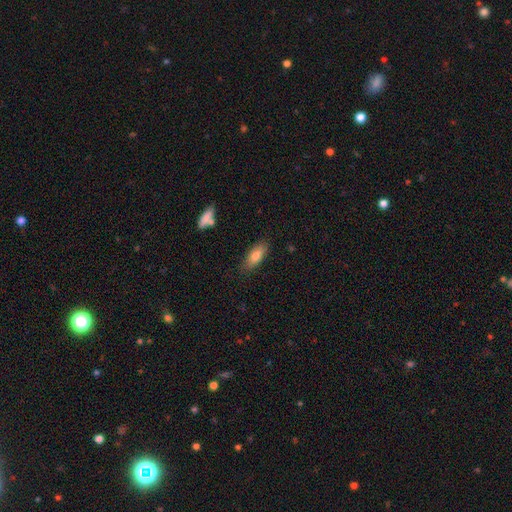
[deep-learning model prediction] Morphology: type=smooth (79%); roundness=in between (74%); merging=none (82%).